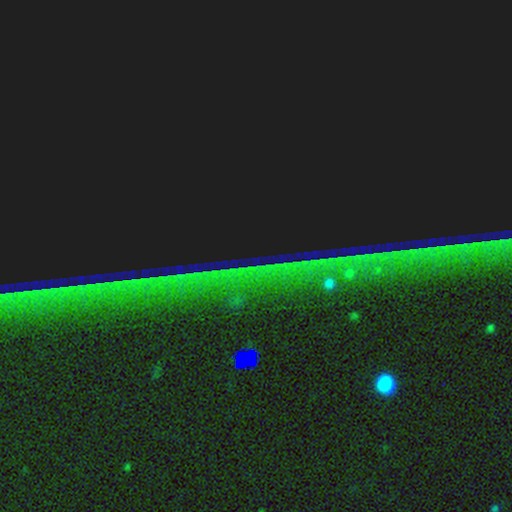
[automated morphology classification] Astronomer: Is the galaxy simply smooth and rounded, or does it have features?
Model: star or artifact — 86%.